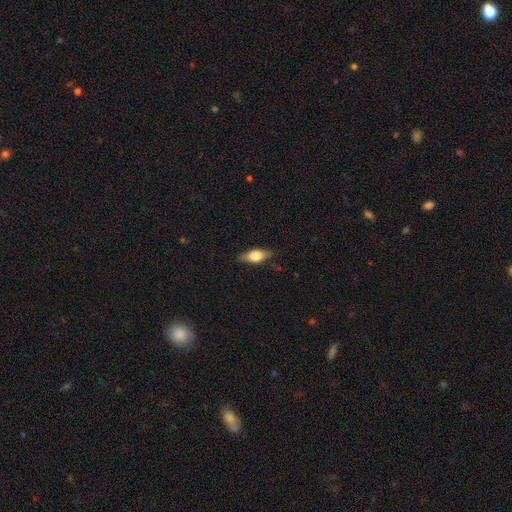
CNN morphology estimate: smooth 59%, featured or disk 35%, star or artifact 7%. Down the decision tree: how rounded — in between (73%); merging — none (83%).